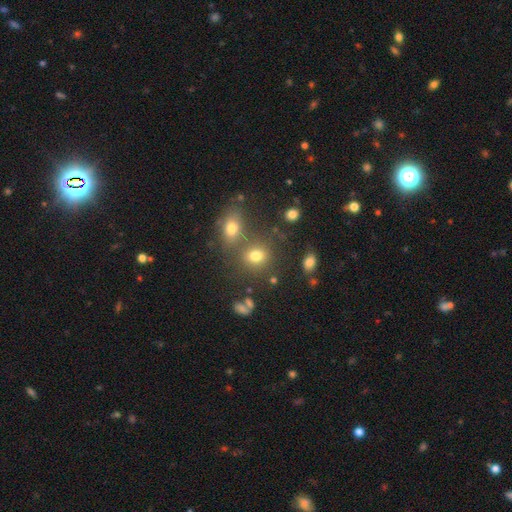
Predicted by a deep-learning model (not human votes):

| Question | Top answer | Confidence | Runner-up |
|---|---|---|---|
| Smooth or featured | smooth | 73% | star or artifact (17%) |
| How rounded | round | 62% | in between (37%) |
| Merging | none | 60% | merger (24%) |